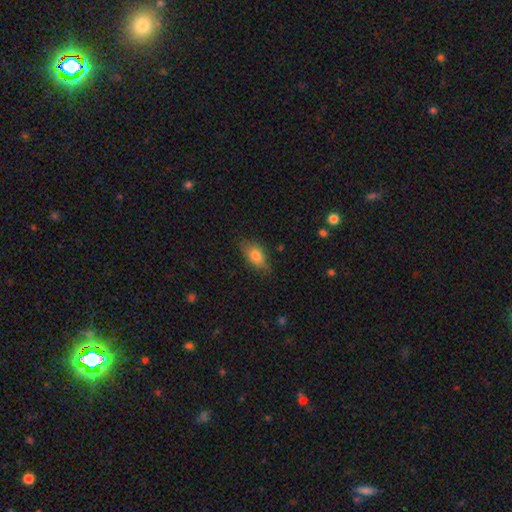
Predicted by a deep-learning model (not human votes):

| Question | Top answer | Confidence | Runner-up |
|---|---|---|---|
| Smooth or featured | smooth | 80% | featured or disk (13%) |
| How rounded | in between | 87% | round (7%) |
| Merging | none | 77% | minor disturbance (18%) |